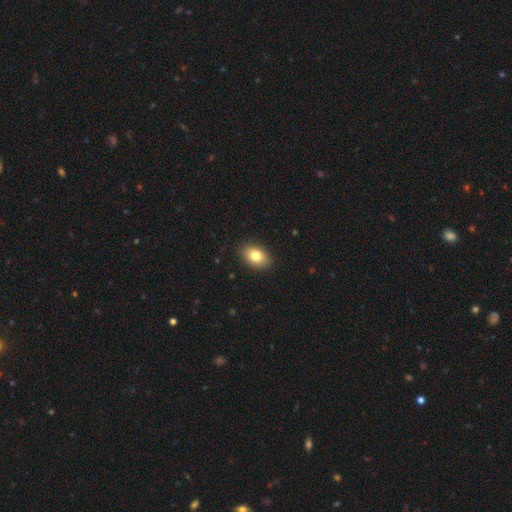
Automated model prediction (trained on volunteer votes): Morphology: type=smooth (81%); roundness=in between (83%); merging=none (89%).